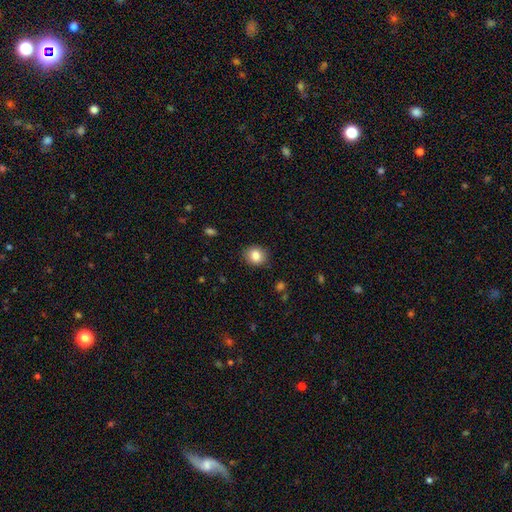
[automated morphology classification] This appears to be a smooth galaxy with no disk features (84%) that is round (73%). Merging: none (88%).